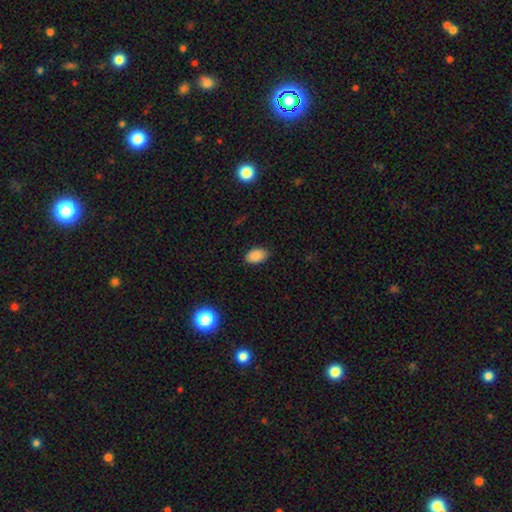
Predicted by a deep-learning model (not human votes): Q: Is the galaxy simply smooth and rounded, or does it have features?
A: smooth — 88%.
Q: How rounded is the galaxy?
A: in between — 89%.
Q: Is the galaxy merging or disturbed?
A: none — 85%.